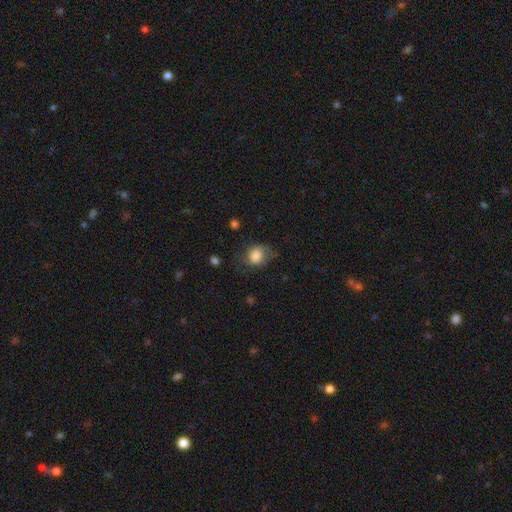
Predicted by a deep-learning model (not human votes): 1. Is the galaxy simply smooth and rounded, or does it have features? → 81% smooth, 11% featured or disk, 8% star or artifact.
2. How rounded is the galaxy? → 63% round, 36% in between, 1% cigar-shaped.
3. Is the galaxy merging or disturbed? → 57% none, 27% minor disturbance, 15% major disturbance, 2% merger.